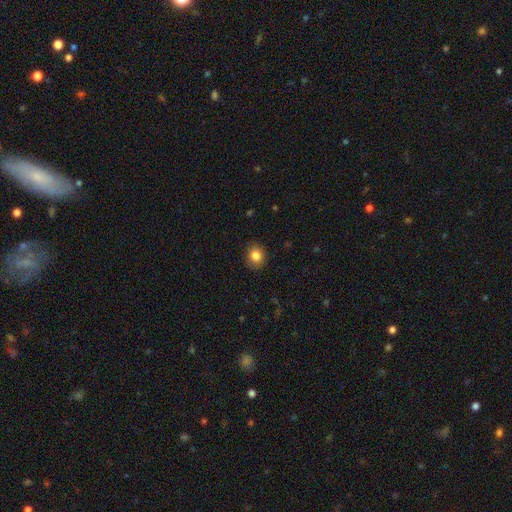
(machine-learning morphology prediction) Overall: smooth (85%). How rounded: round (70%). Merging: none (89%).